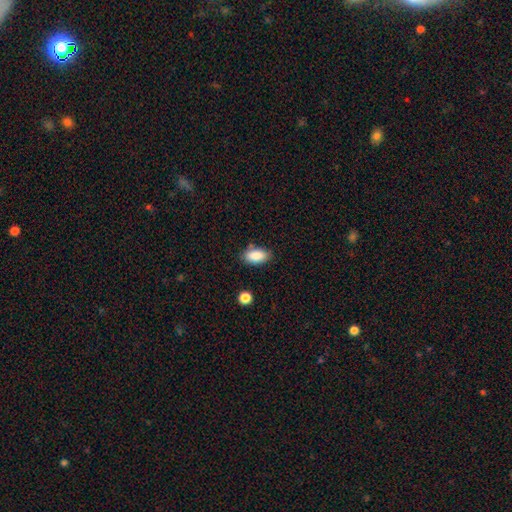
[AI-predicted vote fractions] Smooth or featured: smooth — 87% (star or artifact — 7%)
How rounded: in between — 92% (round — 4%)
Merging: none — 79% (minor disturbance — 15%)